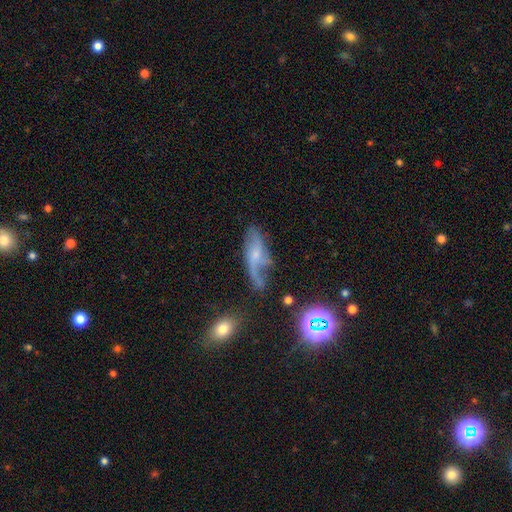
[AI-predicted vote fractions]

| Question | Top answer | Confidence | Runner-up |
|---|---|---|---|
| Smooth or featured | featured or disk | 63% | smooth (24%) |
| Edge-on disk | no | 84% | yes (16%) |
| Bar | no | 62% | weak (31%) |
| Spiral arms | yes | 83% | no (17%) |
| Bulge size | small | 55% | moderate (29%) |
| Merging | none | 38% | minor disturbance (28%) |